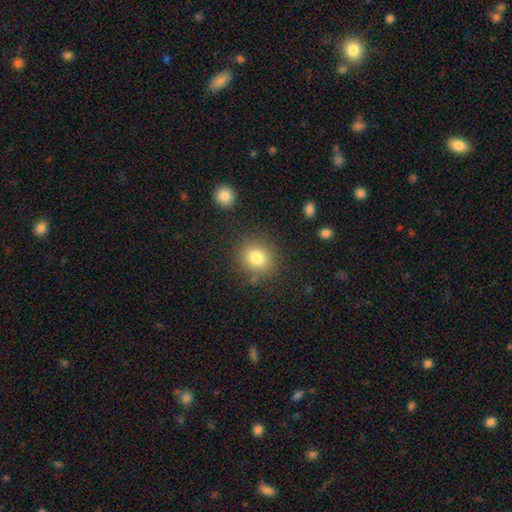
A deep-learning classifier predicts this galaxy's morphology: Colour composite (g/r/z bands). It shows a smooth galaxy with no disk features (81%) that is round (83%). Merging: none (86%).